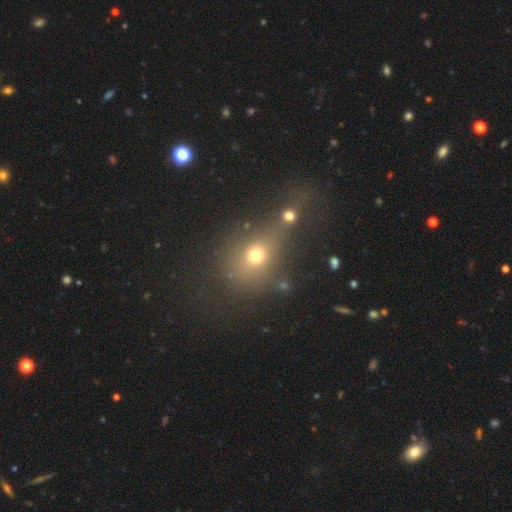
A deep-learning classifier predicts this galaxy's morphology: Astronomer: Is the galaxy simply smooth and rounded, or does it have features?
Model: smooth — 64%.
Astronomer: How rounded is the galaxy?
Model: round — 61% (runner-up: in between, 36%).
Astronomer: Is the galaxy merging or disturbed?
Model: merger — 39% (runner-up: none, 37%).